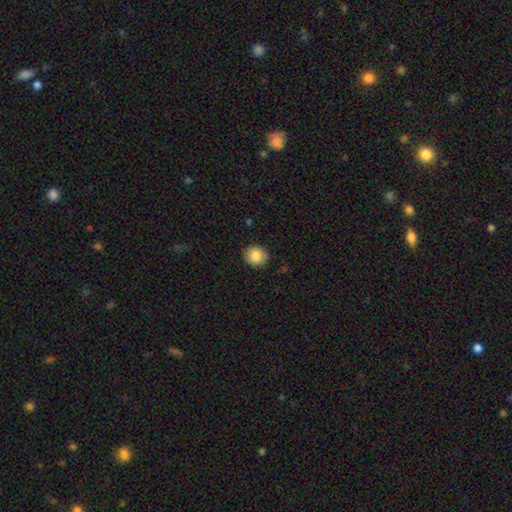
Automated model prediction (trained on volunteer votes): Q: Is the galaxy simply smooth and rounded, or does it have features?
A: smooth — 83%.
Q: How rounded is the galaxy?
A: round — 74%.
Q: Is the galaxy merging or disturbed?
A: none — 90%.